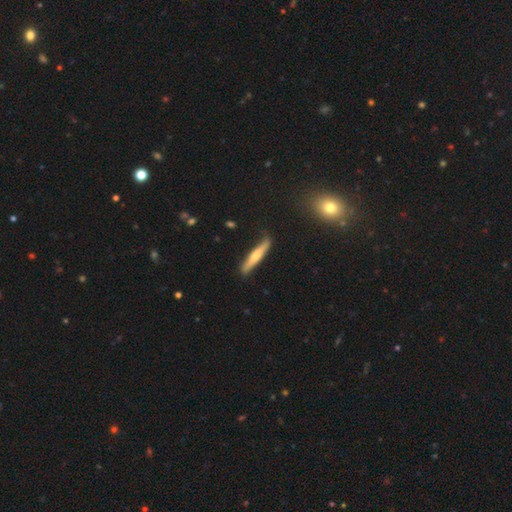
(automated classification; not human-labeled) smooth_or_featured: smooth (p=0.51) [alt: featured or disk p=0.43]
how_rounded: cigar-shaped (p=0.92) [alt: in between p=0.07]
merging: none (p=0.84) [alt: minor disturbance p=0.13]